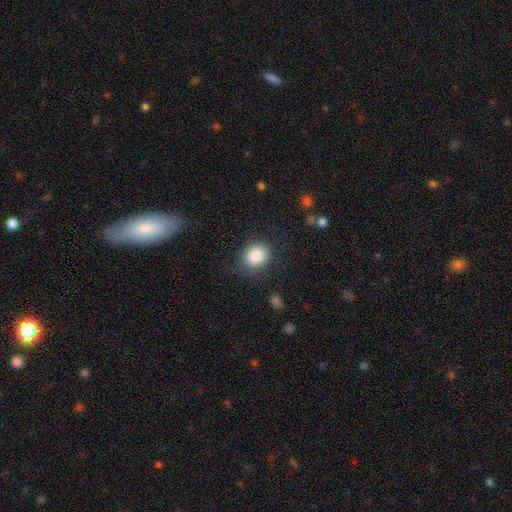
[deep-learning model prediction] Morphology: type=smooth (87%); roundness=round (69%); merging=none (78%).